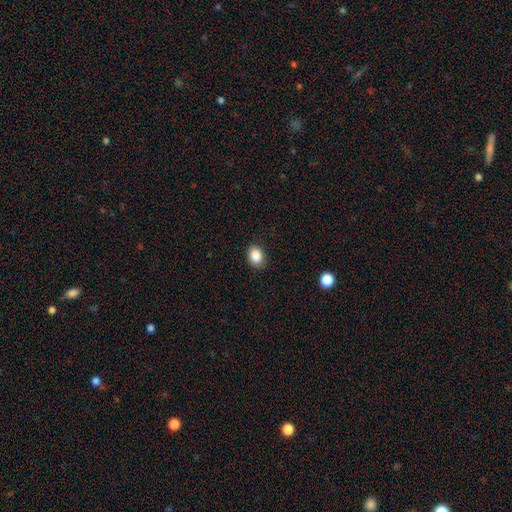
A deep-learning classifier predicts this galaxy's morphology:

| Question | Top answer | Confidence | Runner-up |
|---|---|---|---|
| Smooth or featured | smooth | 88% | star or artifact (9%) |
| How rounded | in between | 65% | round (34%) |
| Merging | none | 85% | minor disturbance (11%) |